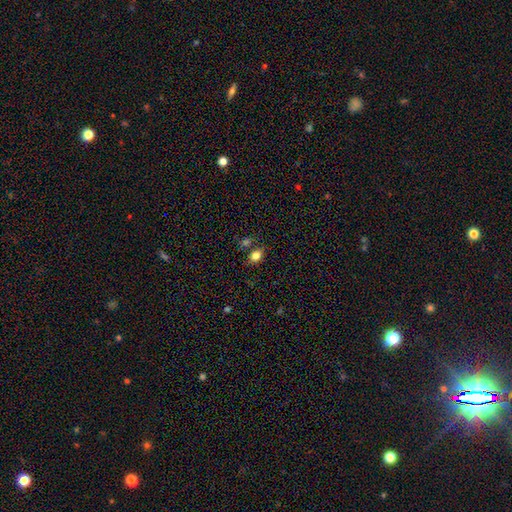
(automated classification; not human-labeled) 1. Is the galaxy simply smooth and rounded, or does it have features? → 82% smooth, 12% star or artifact, 7% featured or disk.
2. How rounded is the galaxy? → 67% in between, 32% round, 1% cigar-shaped.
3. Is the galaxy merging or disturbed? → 72% none, 14% minor disturbance, 11% merger, 4% major disturbance.